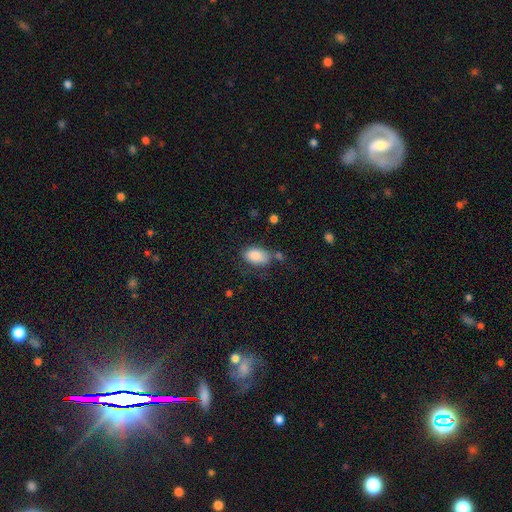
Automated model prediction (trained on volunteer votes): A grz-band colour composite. It shows a smooth galaxy with no disk features (86%) that is in between round and cigar-shaped (92%). Merging: none (60%).